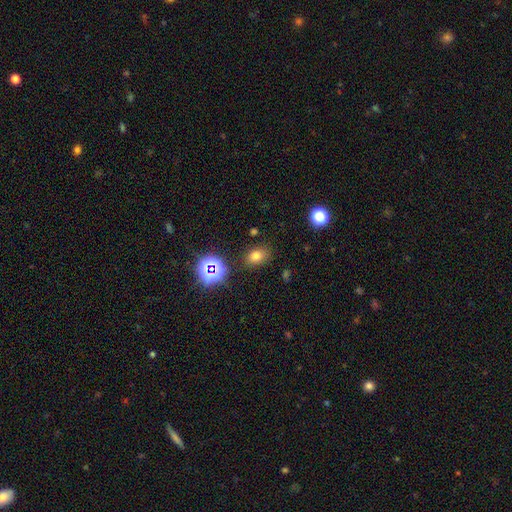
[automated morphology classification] A smooth galaxy with no disk features (71%) that is in between round and cigar-shaped (71%).

Vote fractions:
- Smooth or featured? smooth: 71% / star or artifact: 20% / featured or disk: 9%
- How rounded? in between: 71% / round: 28% / cigar-shaped: 1%
- Merging? none: 83% / minor disturbance: 11% / major disturbance: 3% / merger: 3%